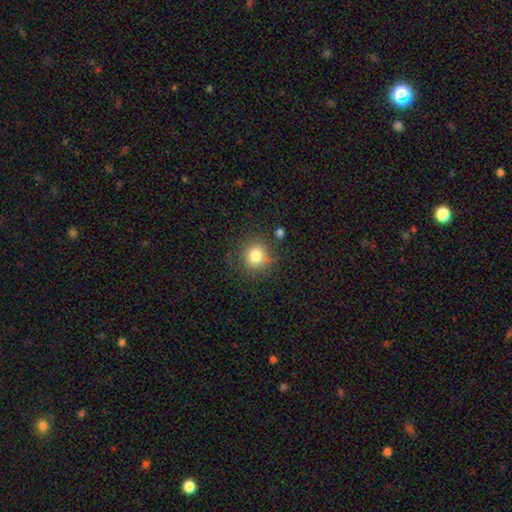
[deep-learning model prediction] smooth_or_featured: smooth (p=0.81) [alt: star or artifact p=0.12]
how_rounded: round (p=0.89) [alt: in between p=0.10]
merging: none (p=0.81) [alt: minor disturbance p=0.12]